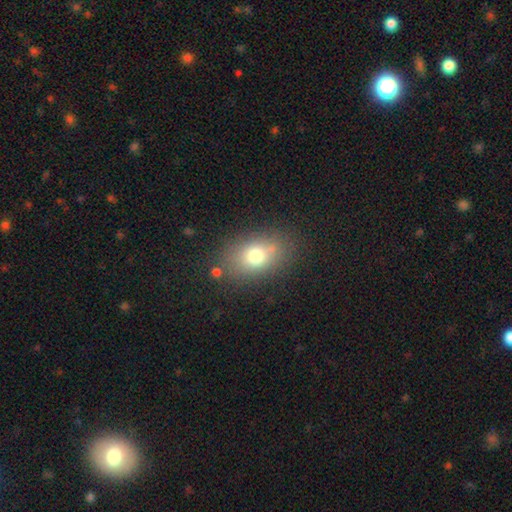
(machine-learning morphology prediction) smooth-or-featured: smooth: 73% | featured or disk: 15% | star or artifact: 13%
  how-rounded: in between: 75% | round: 23% | cigar-shaped: 2%
  merging: none: 75% | minor disturbance: 14% | merger: 5% | major disturbance: 5%